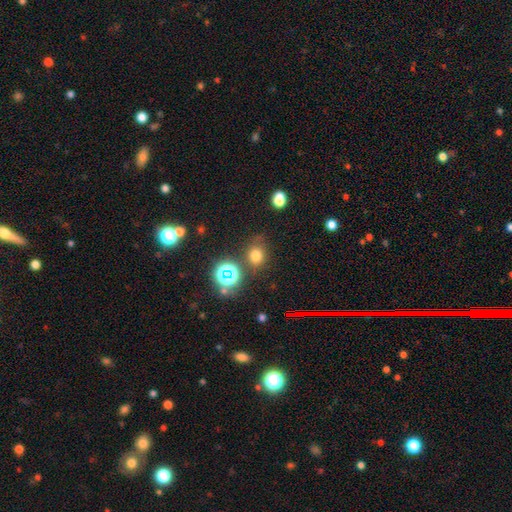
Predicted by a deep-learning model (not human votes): The model was most divided on "how rounded": round: 66%, in between: 32%, cigar-shaped: 1%. More confident: merging — none (73%); smooth or featured — smooth (71%).